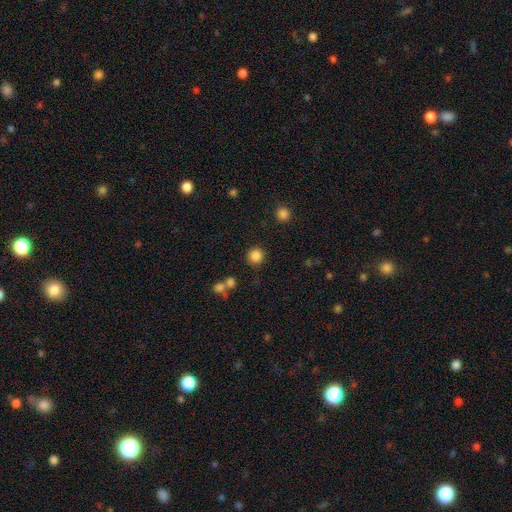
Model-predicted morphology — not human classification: Smooth or featured? Predicted: smooth (p=0.85). How rounded? Predicted: round (p=0.93). Merging? Predicted: none (p=0.86).